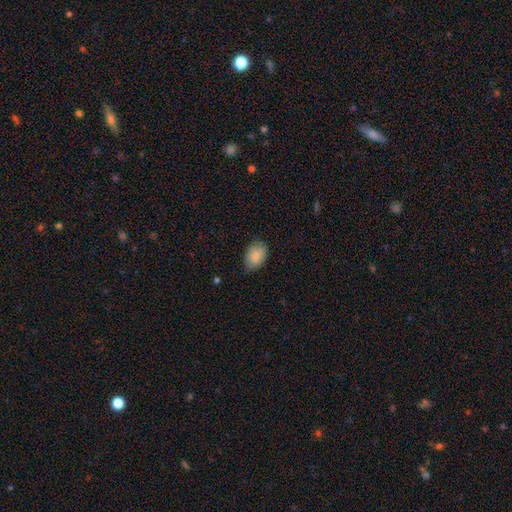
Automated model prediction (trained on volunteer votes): Smooth or featured: smooth — 86% (featured or disk — 8%)
How rounded: in between — 87% (round — 12%)
Merging: none — 78% (minor disturbance — 18%)